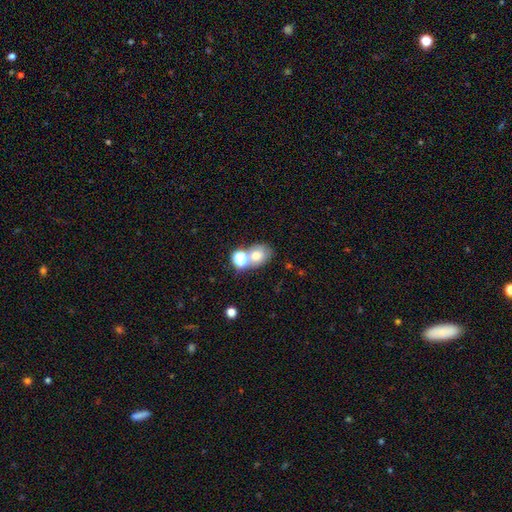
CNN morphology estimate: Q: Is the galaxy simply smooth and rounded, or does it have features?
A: smooth — 68%.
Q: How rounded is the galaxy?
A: in between — 51%.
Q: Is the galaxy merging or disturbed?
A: none — 45%.